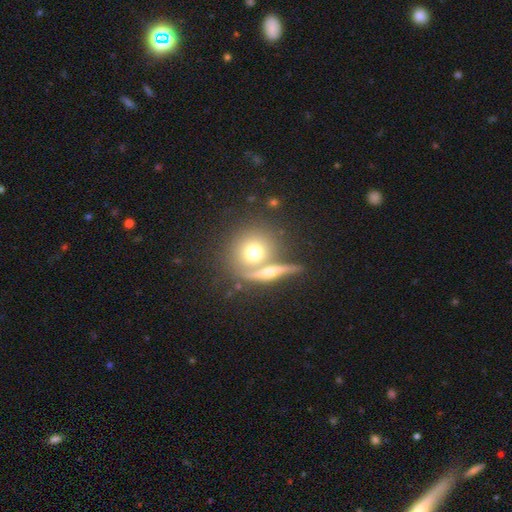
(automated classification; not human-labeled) The model was most divided on "smooth or featured": smooth: 53%, featured or disk: 33%, star or artifact: 15%. More confident: how rounded — round (84%); merging — none (56%).